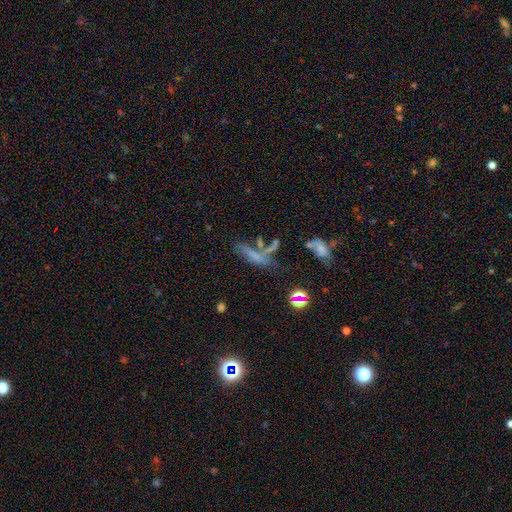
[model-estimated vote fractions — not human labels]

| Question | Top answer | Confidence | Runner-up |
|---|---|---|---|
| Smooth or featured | smooth | 50% | featured or disk (29%) |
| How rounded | cigar-shaped | 72% | in between (23%) |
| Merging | none | 37% | merger (31%) |